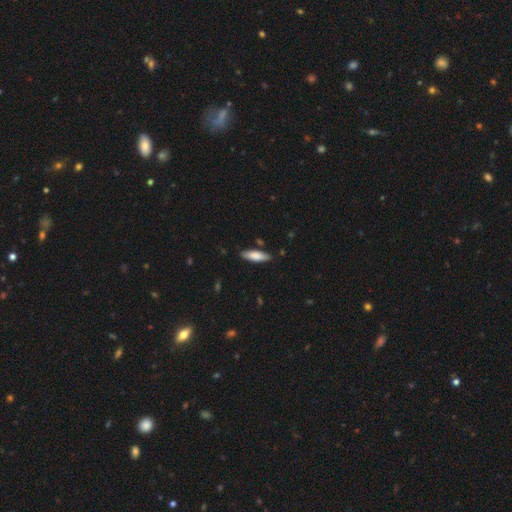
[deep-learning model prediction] smooth_or_featured: smooth (p=0.79) [alt: featured or disk p=0.15]
how_rounded: cigar-shaped (p=0.51) [alt: in between p=0.48]
merging: none (p=0.85) [alt: minor disturbance p=0.12]